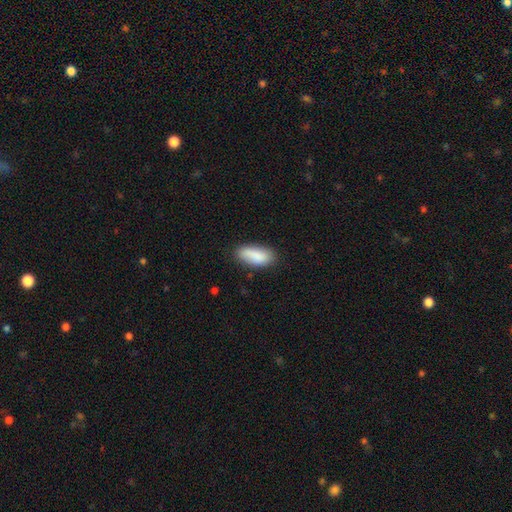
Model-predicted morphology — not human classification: The model was most divided on "merging": none: 75%, minor disturbance: 19%, major disturbance: 4%, merger: 2%. More confident: smooth or featured — smooth (86%); how rounded — in between (83%).